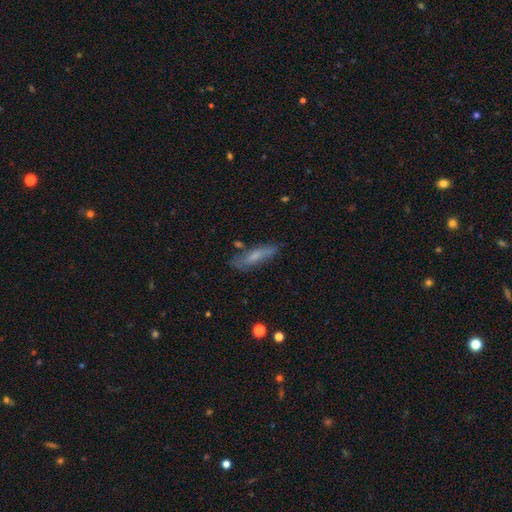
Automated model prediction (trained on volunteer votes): smooth_or_featured: smooth (p=0.60) [alt: featured or disk p=0.32]
how_rounded: cigar-shaped (p=0.69) [alt: in between p=0.29]
merging: none (p=0.72) [alt: minor disturbance p=0.19]